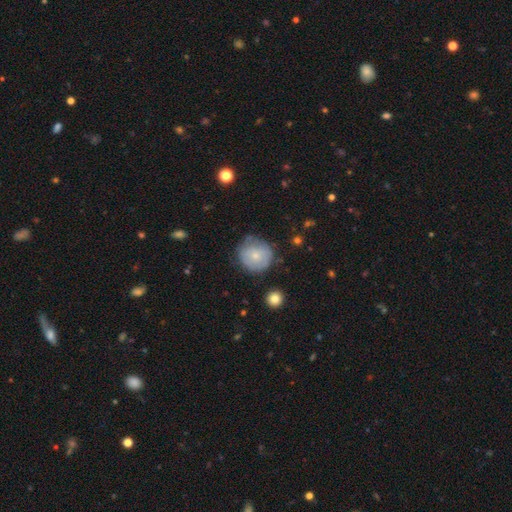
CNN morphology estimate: Smooth or featured? Predicted: smooth (p=0.61). How rounded? Predicted: round (p=0.87). Merging? Predicted: none (p=0.66).